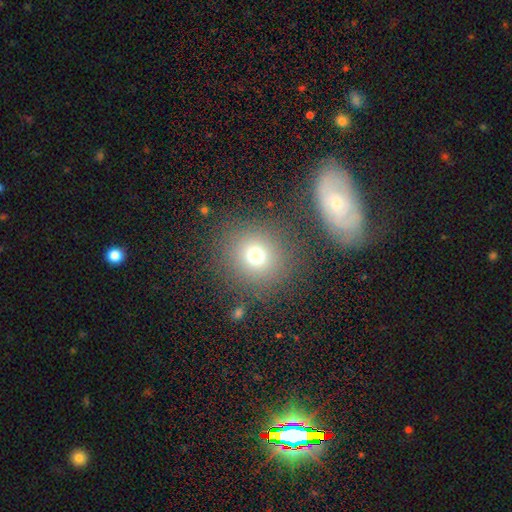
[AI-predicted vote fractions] Smooth or featured? smooth (73%)
How rounded? round (89%)
Merging? none (83%)